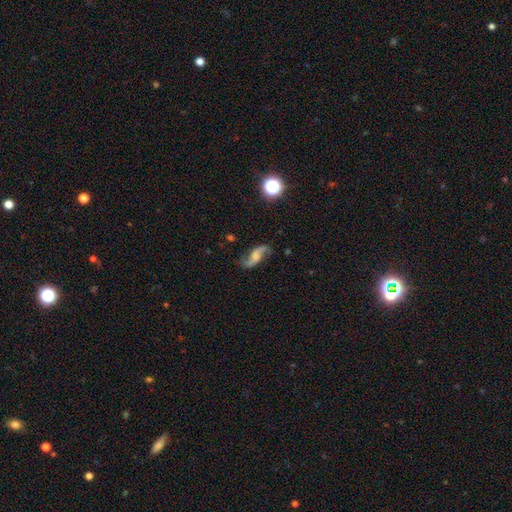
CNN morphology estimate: type=featured or disk (83%); edge-on=no (96%); bar=no (52%); spiral arms=yes (96%); winding=loose (81%); arm count=2 (93%); bulge=none (38%); merging=none (77%).